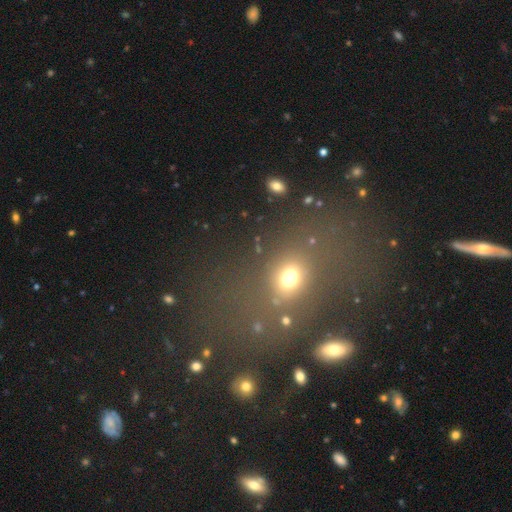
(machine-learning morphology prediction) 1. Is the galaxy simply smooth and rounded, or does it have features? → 46% smooth, 36% star or artifact, 18% featured or disk.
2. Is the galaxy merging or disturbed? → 69% none, 13% minor disturbance, 9% major disturbance, 8% merger.